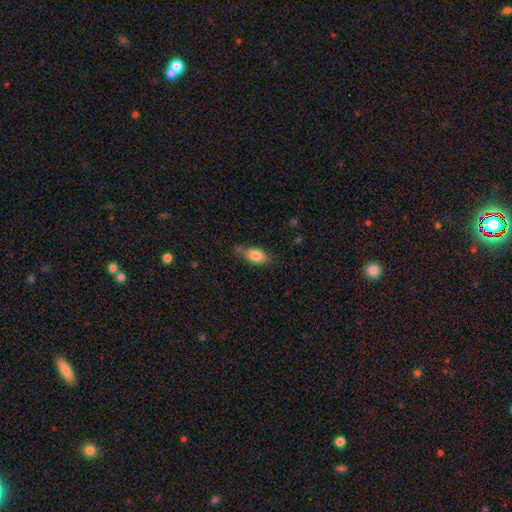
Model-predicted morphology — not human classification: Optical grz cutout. It shows a smooth galaxy with no disk features (80%) that is in between round and cigar-shaped (83%). Merging: none (62%).